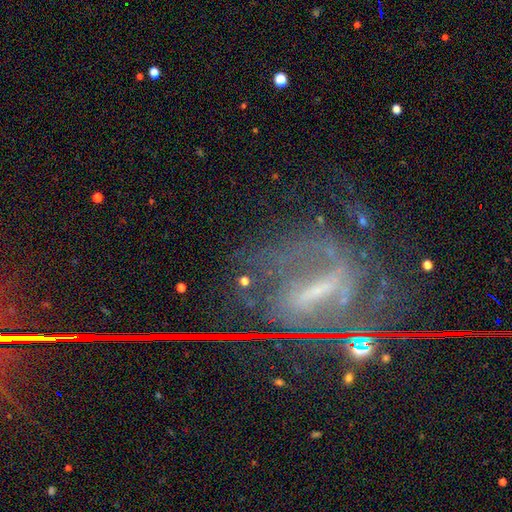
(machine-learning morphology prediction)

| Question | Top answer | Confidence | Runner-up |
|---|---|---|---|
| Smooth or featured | featured or disk | 71% | star or artifact (19%) |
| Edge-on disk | no | 90% | yes (10%) |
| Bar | strong | 63% | weak (25%) |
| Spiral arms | yes | 79% | no (21%) |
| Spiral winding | medium | 42% | loose (29%) |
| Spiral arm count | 2 | 58% | can't tell (24%) |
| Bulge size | small | 41% | none (32%) |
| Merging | none | 54% | major disturbance (25%) |